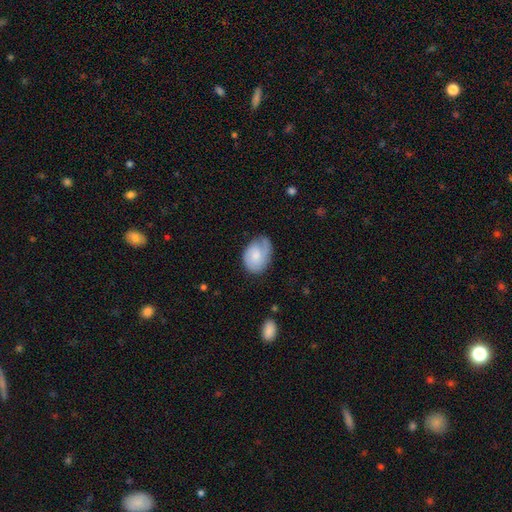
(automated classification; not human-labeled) Smooth or featured? Predicted: smooth (p=0.47, tied with featured or disk). Merging? Predicted: none (p=0.53).